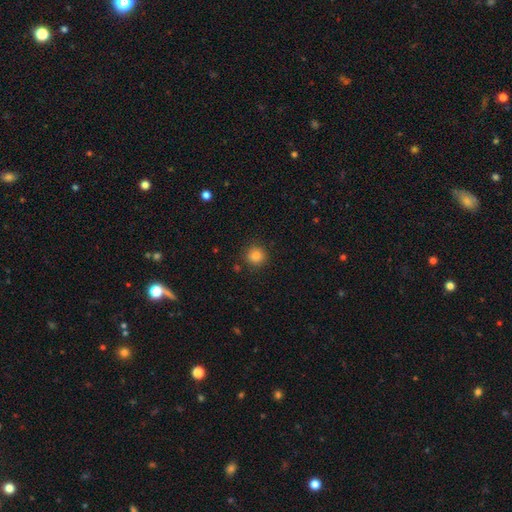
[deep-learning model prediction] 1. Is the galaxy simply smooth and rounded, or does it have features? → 85% smooth, 12% star or artifact, 4% featured or disk.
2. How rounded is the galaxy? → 90% round, 9% in between, 1% cigar-shaped.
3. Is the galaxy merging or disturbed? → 87% none, 8% minor disturbance, 3% major disturbance, 2% merger.